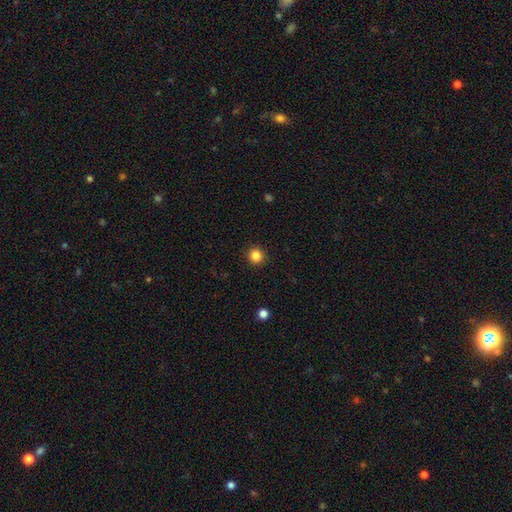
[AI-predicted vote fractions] A smooth galaxy with no disk features (85%) that is round (94%).

Vote fractions:
- Smooth or featured? smooth: 85% / star or artifact: 11% / featured or disk: 4%
- How rounded? round: 94% / in between: 5% / cigar-shaped: 1%
- Merging? none: 92% / minor disturbance: 5% / major disturbance: 2% / merger: 1%